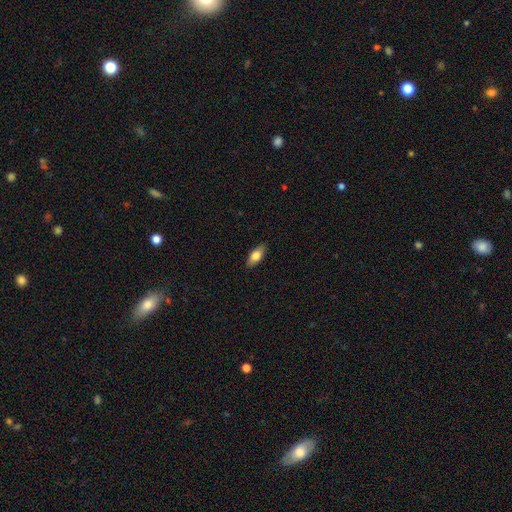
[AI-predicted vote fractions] smooth-or-featured: smooth: 77% | featured or disk: 17% | star or artifact: 6%
  how-rounded: in between: 82% | cigar-shaped: 15% | round: 3%
  merging: none: 88% | minor disturbance: 9% | major disturbance: 2% | merger: 1%